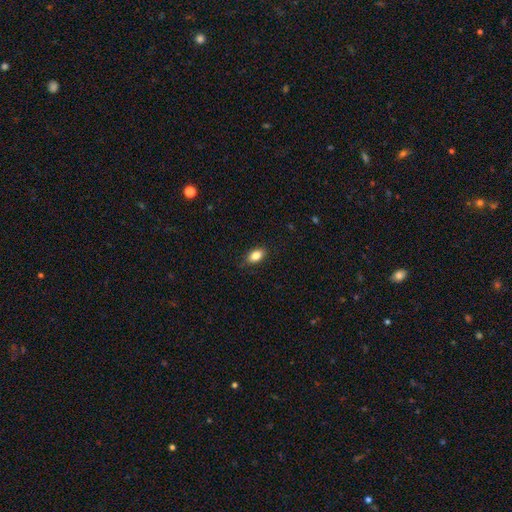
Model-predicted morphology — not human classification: This is clearly a smooth galaxy (84%). How rounded: clearly in between (88%). Merging: clearly none (85%).